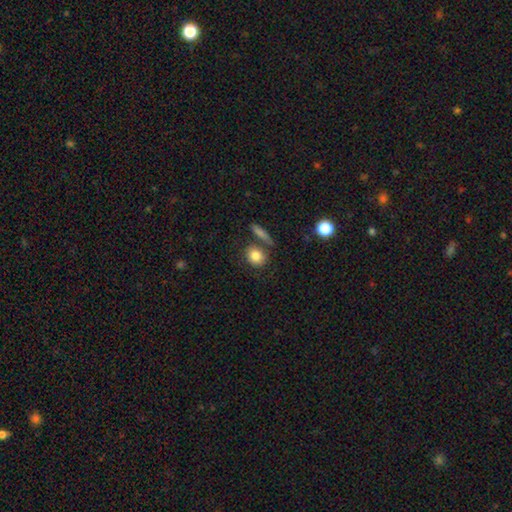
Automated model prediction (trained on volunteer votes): Smooth or featured? Predicted: smooth (p=0.83). How rounded? Predicted: round (p=0.66). Merging? Predicted: none (p=0.67).